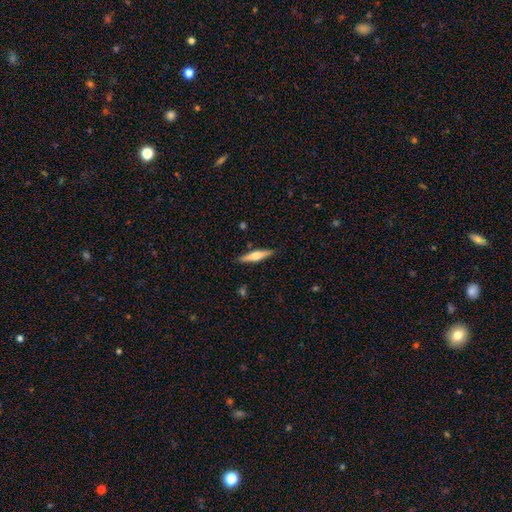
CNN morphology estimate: type=smooth (51%); roundness=cigar-shaped (83%); merging=none (88%).